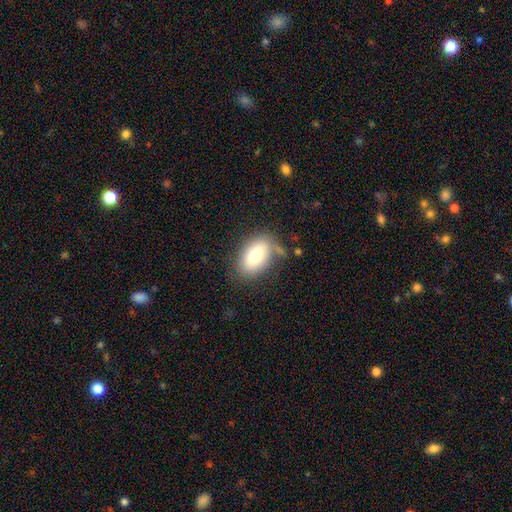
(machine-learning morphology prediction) A smooth galaxy with no disk features (77%) that is in between round and cigar-shaped (91%). Merging: none (70%).